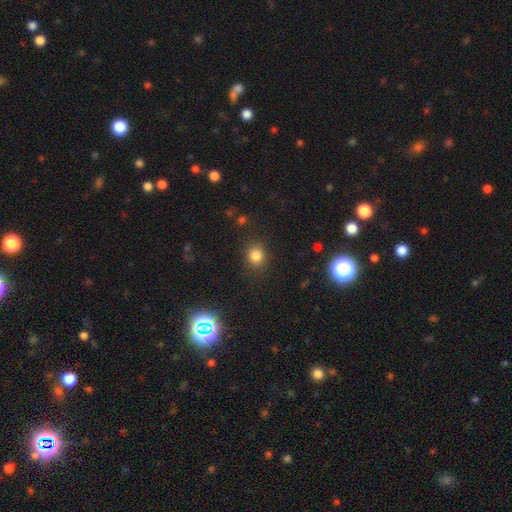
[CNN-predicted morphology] The model was most divided on "how rounded": round: 69%, in between: 30%, cigar-shaped: 1%. More confident: merging — none (84%); smooth or featured — smooth (80%).